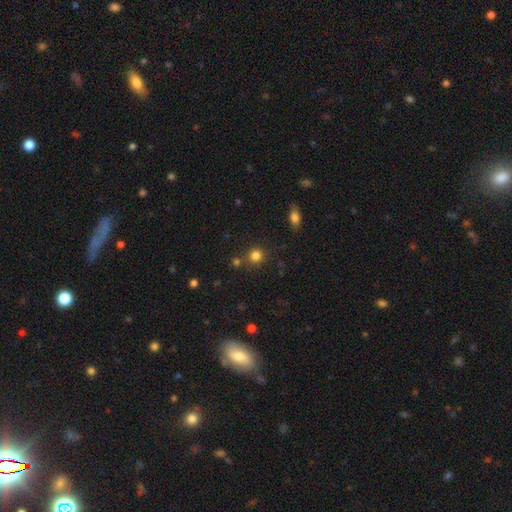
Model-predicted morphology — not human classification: Q: Smooth or featured?
A: smooth (80%); runner-up: star or artifact (14%)
Q: How rounded?
A: round (89%); runner-up: in between (10%)
Q: Merging?
A: none (76%); runner-up: merger (11%)